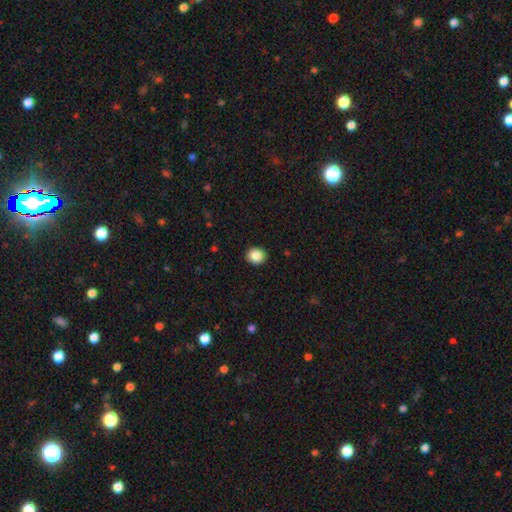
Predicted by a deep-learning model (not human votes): Smooth or featured?
  - smooth: 87% *
  - star or artifact: 9%
  - featured or disk: 3%
How rounded?
  - round: 83% *
  - in between: 16%
  - cigar-shaped: 1%
Merging?
  - none: 92% *
  - minor disturbance: 5%
  - major disturbance: 2%
  - merger: 1%